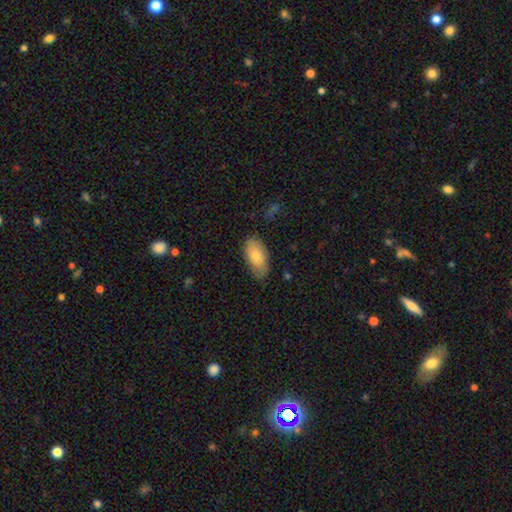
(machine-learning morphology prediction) A smooth galaxy with no disk features (75%) that is in between round and cigar-shaped (92%).

Vote fractions:
- Smooth or featured? smooth: 75% / featured or disk: 18% / star or artifact: 7%
- How rounded? in between: 92% / cigar-shaped: 5% / round: 3%
- Merging? none: 76% / minor disturbance: 20% / major disturbance: 3% / merger: 1%